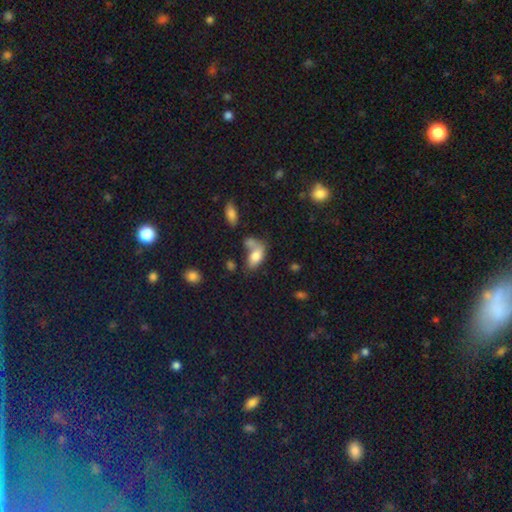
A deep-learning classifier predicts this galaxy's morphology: This is likely a smooth galaxy (76%). How rounded: clearly in between (90%). Merging: marginally merger (40%).